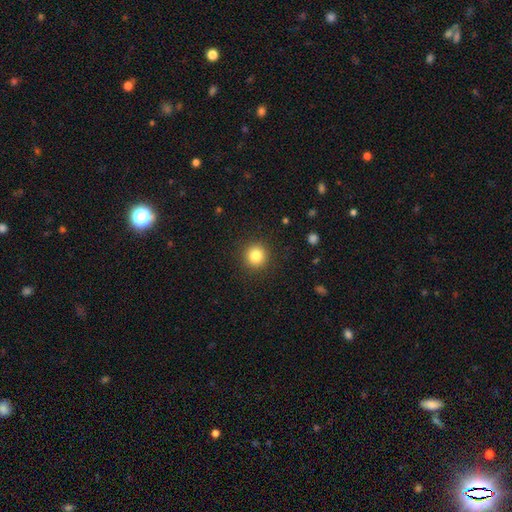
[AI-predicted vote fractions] A smooth galaxy with no disk features (82%) that is round (94%).

Vote fractions:
- Smooth or featured? smooth: 82% / star or artifact: 12% / featured or disk: 6%
- How rounded? round: 94% / in between: 5% / cigar-shaped: 1%
- Merging? none: 92% / minor disturbance: 5% / major disturbance: 2% / merger: 1%